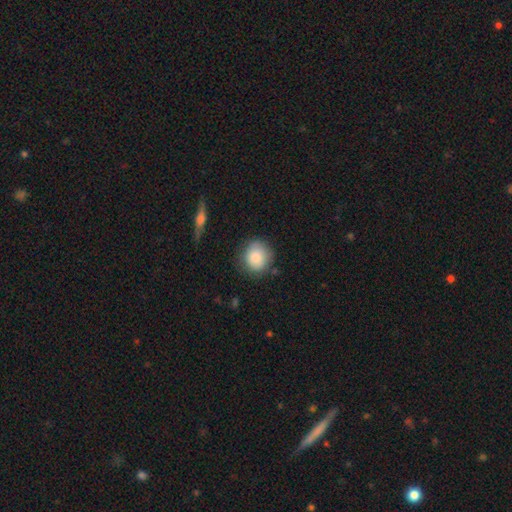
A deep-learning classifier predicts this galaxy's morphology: Smooth or featured? smooth (85%)
How rounded? round (84%)
Merging? none (78%)